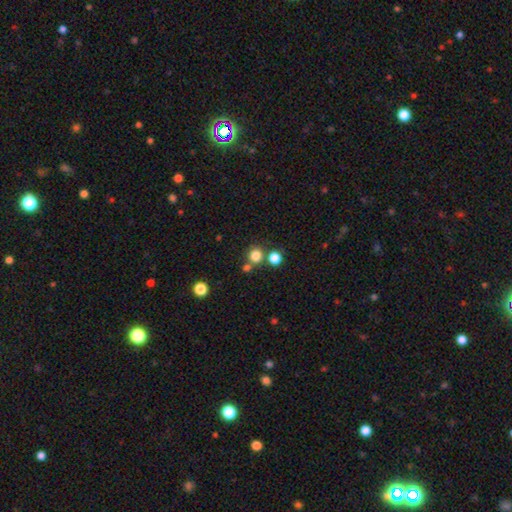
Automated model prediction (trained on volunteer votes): Smooth or featured: smooth — 79% (star or artifact — 15%)
How rounded: round — 88% (in between — 11%)
Merging: none — 69% (merger — 20%)